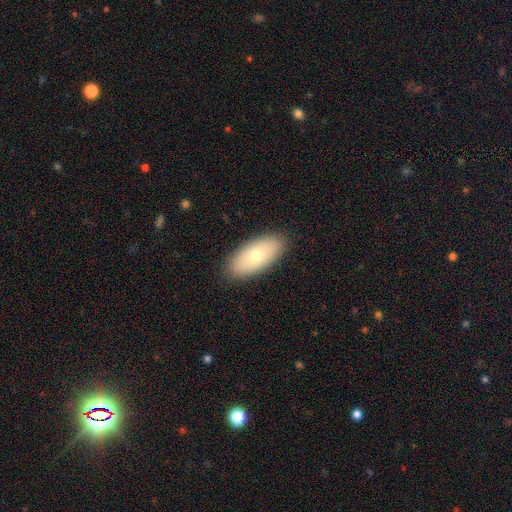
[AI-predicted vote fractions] smooth 74%, featured or disk 20%, star or artifact 7%. Down the decision tree: how rounded — in between (90%); merging — none (90%).